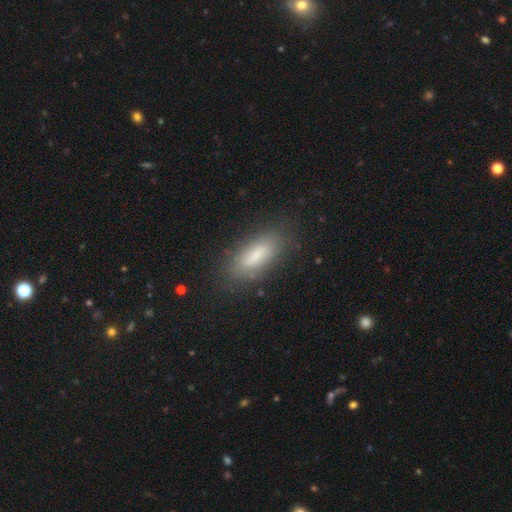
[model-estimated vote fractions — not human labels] smooth_or_featured: smooth (p=0.74) [alt: featured or disk p=0.18]
how_rounded: in between (p=0.62) [alt: cigar-shaped p=0.36]
merging: none (p=0.80) [alt: minor disturbance p=0.14]